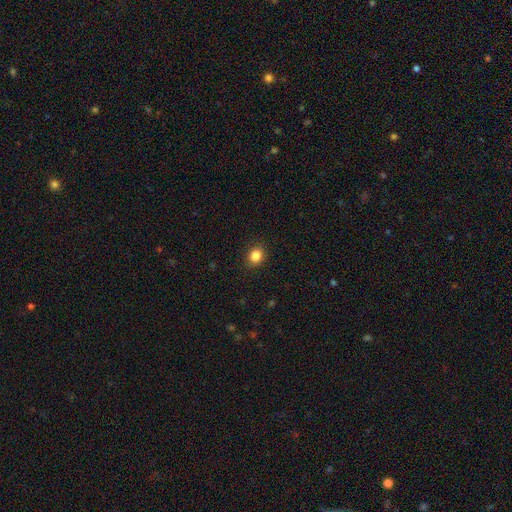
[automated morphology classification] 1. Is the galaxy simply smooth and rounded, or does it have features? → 86% smooth, 10% star or artifact, 4% featured or disk.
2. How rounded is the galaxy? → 72% round, 28% in between, 1% cigar-shaped.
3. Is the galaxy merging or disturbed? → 90% none, 7% minor disturbance, 2% major disturbance, 1% merger.